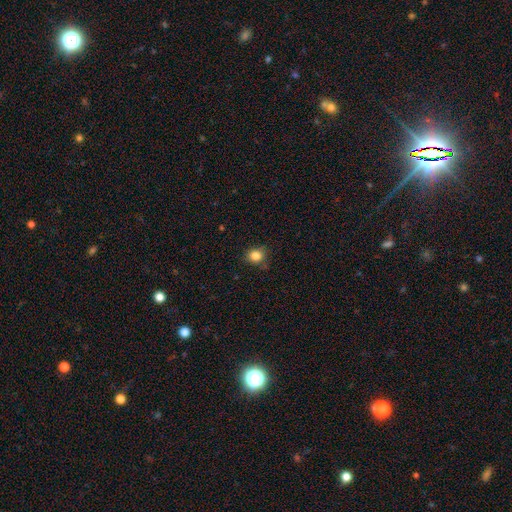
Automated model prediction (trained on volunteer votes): Smooth or featured: smooth — 83% (star or artifact — 12%)
How rounded: round — 76% (in between — 23%)
Merging: none — 80% (minor disturbance — 15%)